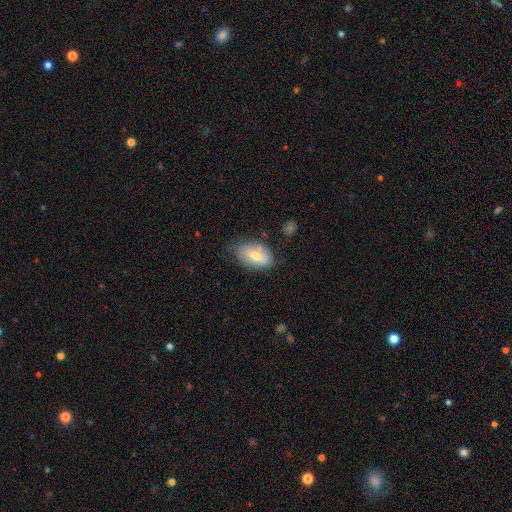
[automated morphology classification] smooth_or_featured: smooth (p=0.62) [alt: featured or disk p=0.30]
how_rounded: in between (p=0.90) [alt: round p=0.06]
merging: none (p=0.64) [alt: minor disturbance p=0.25]